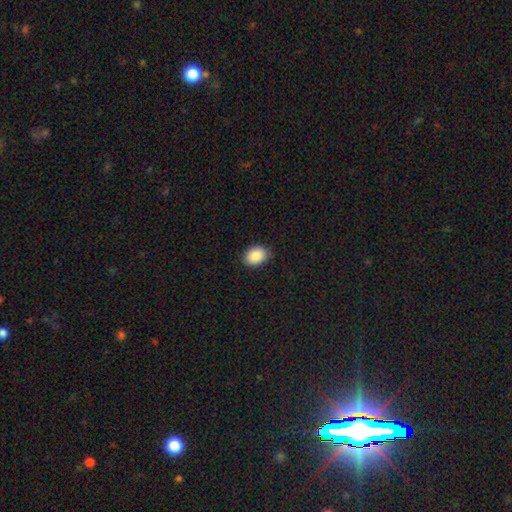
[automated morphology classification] Smooth or featured? Predicted: smooth (p=0.88). How rounded? Predicted: in between (p=0.75). Merging? Predicted: none (p=0.87).